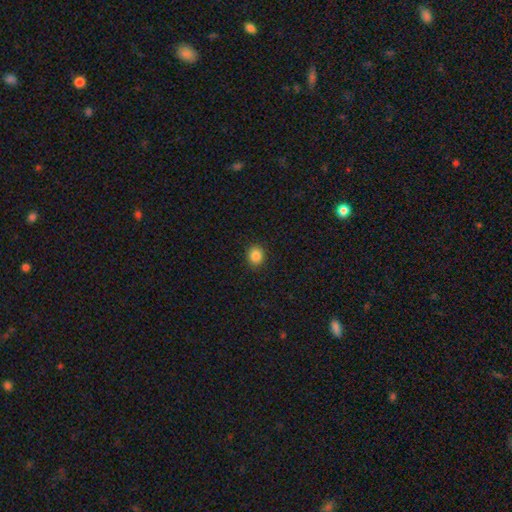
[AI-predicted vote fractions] Smooth or featured? smooth (86%)
How rounded? round (73%)
Merging? none (91%)